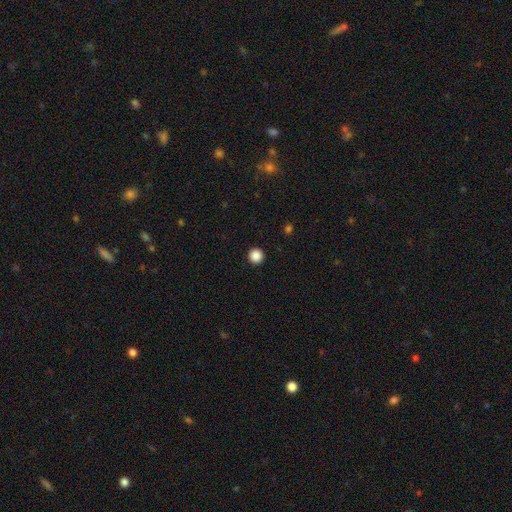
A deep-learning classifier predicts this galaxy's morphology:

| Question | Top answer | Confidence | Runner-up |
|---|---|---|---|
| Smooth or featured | smooth | 88% | star or artifact (10%) |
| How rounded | round | 97% | in between (2%) |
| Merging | none | 94% | minor disturbance (4%) |